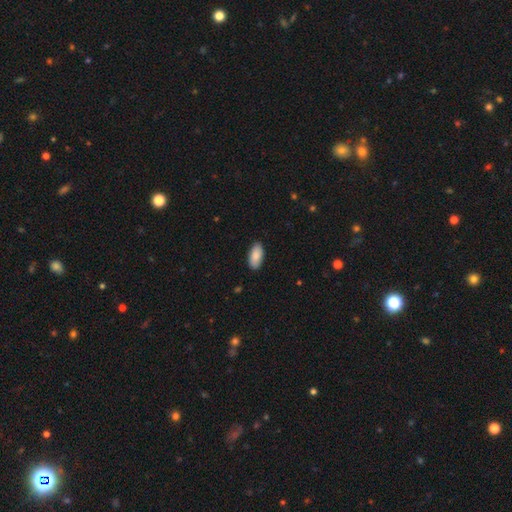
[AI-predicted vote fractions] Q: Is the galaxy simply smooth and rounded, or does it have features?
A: smooth — 89%.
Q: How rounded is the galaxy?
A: in between — 93%.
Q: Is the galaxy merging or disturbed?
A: none — 88%.